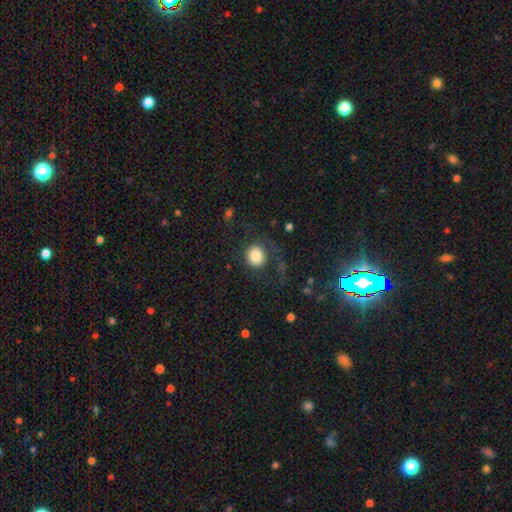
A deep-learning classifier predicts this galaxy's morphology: Overall: smooth (79%). How rounded: round (78%). Merging: none (64%).